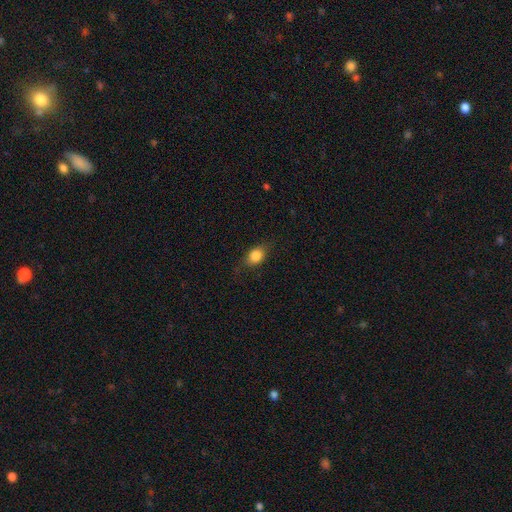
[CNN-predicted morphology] Smooth or featured: smooth — 83% (star or artifact — 9%)
How rounded: in between — 65% (round — 32%)
Merging: none — 77% (minor disturbance — 17%)